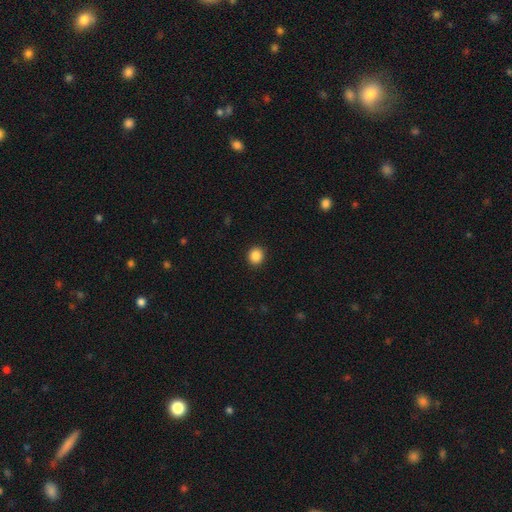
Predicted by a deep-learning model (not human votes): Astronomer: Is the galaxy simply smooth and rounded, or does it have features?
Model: smooth — 87%.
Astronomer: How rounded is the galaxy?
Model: round — 83%.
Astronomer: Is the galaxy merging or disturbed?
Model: none — 92%.